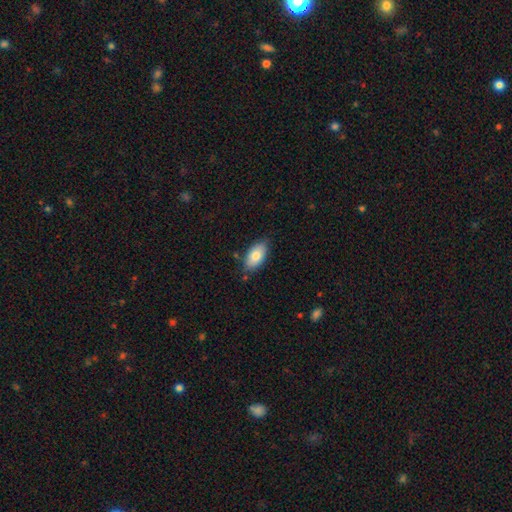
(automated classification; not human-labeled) Smooth or featured? Predicted: smooth (p=0.80). How rounded? Predicted: in between (p=0.93). Merging? Predicted: none (p=0.79).